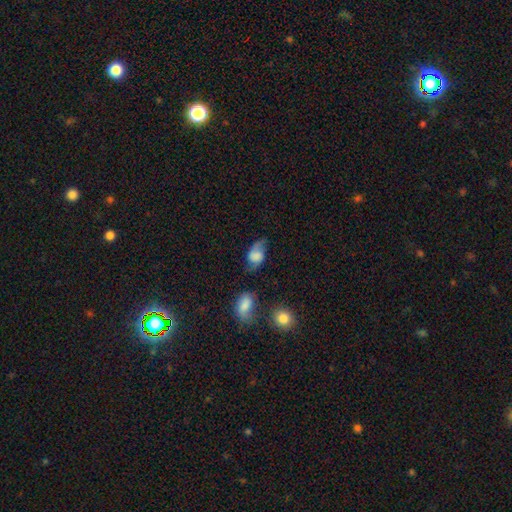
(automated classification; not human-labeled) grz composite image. It shows a featured or disk galaxy (45%, tied with smooth). Merging: none (50%).